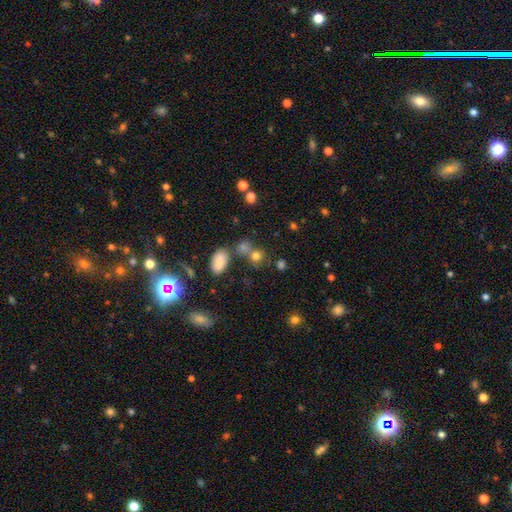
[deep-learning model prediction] Smooth or featured? Predicted: smooth (p=0.75). How rounded? Predicted: round (p=0.74). Merging? Predicted: none (p=0.56).